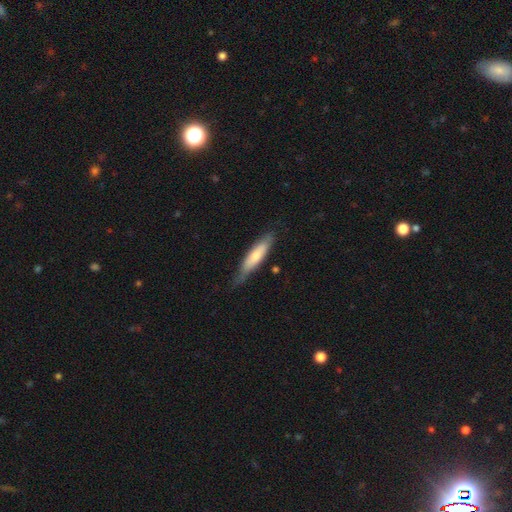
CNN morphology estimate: Smooth or featured: smooth — 65% (featured or disk — 30%)
How rounded: cigar-shaped — 71% (in between — 28%)
Merging: none — 63% (minor disturbance — 29%)